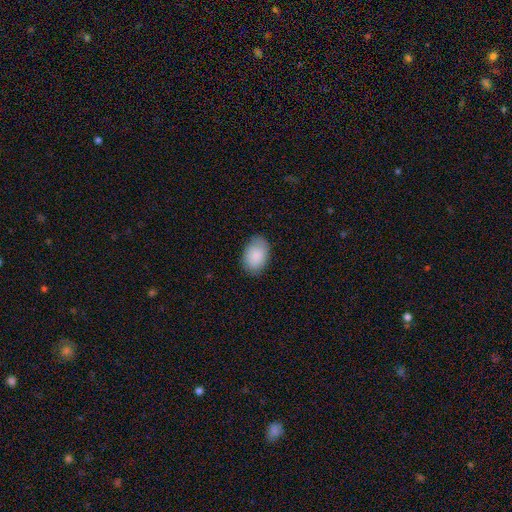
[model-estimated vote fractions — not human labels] smooth_or_featured: smooth (p=0.87) [alt: star or artifact p=0.06]
how_rounded: in between (p=0.87) [alt: round p=0.12]
merging: none (p=0.82) [alt: minor disturbance p=0.14]